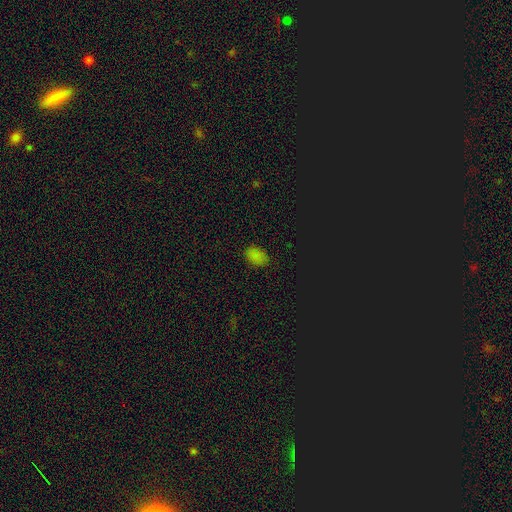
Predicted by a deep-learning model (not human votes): Q: Smooth or featured?
A: smooth (76%); runner-up: star or artifact (20%)
Q: How rounded?
A: in between (84%); runner-up: round (15%)
Q: Merging?
A: none (82%); runner-up: minor disturbance (13%)